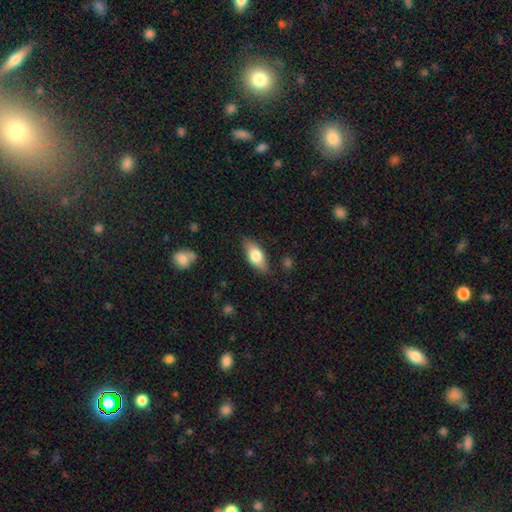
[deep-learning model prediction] Smooth or featured? Predicted: smooth (p=0.71). How rounded? Predicted: in between (p=0.82). Merging? Predicted: none (p=0.82).